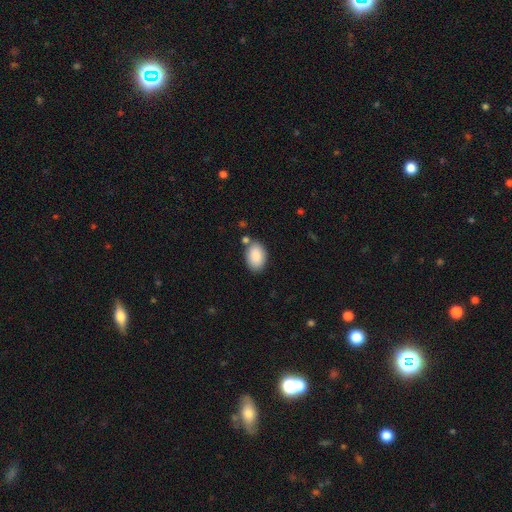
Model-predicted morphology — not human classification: Smooth or featured: smooth — 89% (star or artifact — 6%)
How rounded: in between — 89% (round — 9%)
Merging: none — 74% (minor disturbance — 14%)